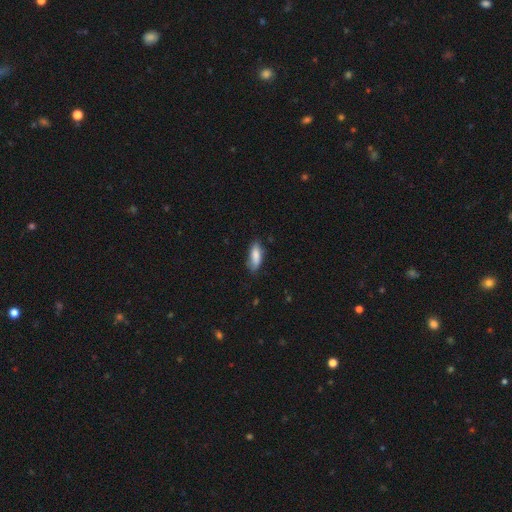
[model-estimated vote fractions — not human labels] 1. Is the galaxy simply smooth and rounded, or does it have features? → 81% smooth, 12% featured or disk, 7% star or artifact.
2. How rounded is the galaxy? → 68% in between, 30% cigar-shaped, 2% round.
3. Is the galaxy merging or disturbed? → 69% none, 25% minor disturbance, 5% major disturbance, 2% merger.